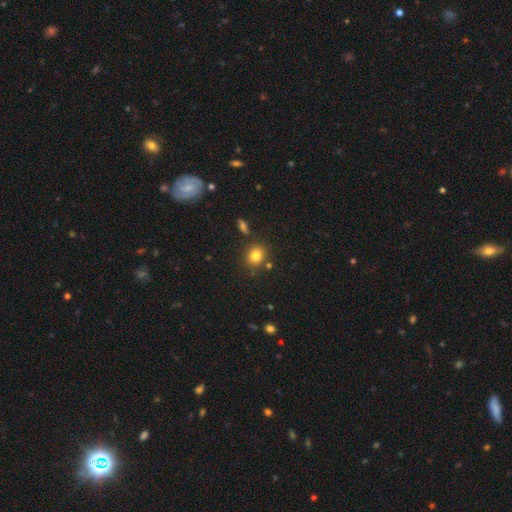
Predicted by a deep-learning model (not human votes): A smooth galaxy with no disk features (81%) that is round (72%). Merging: none (80%).